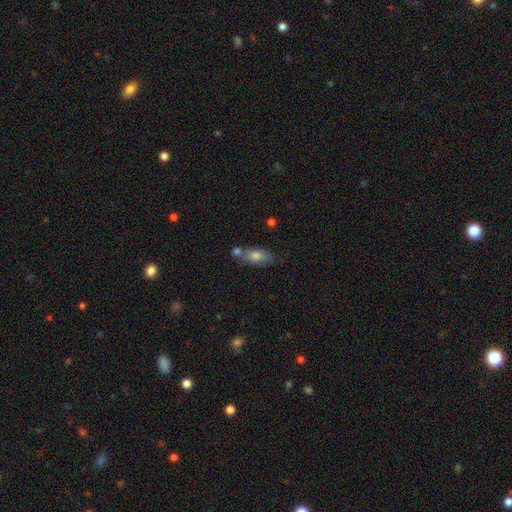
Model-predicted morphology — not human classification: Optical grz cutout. It shows a smooth galaxy with no disk features (75%) that is in between round and cigar-shaped (79%). Merging: none (59%).